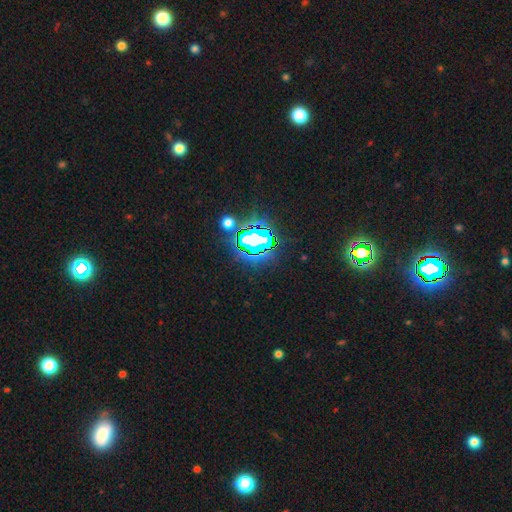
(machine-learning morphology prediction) Overall: star or artifact (84%).